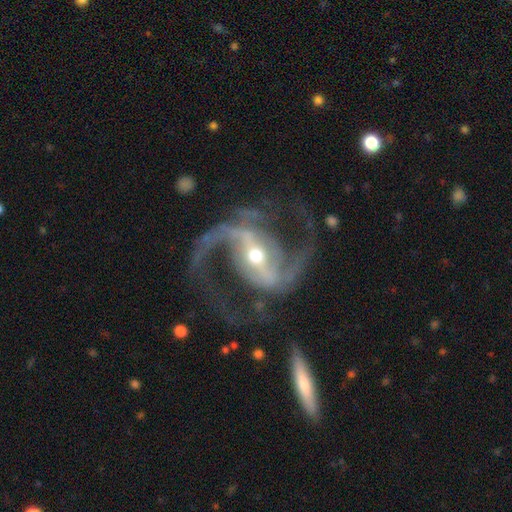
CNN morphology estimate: featured or disk 93%, star or artifact 4%, smooth 3%. Down the decision tree: edge-on disk — no (97%); bar — strong (66%); spiral arms — yes (98%); spiral arm count — 2 (93%); spiral winding — medium (55%); bulge size — moderate (59%); merging — none (74%).